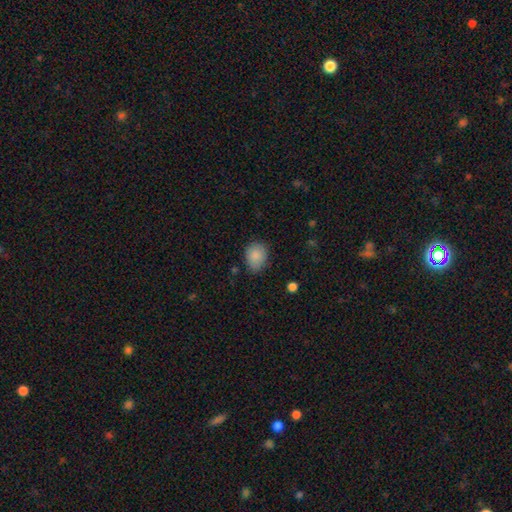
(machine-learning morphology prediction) Smooth or featured? smooth (87%)
How rounded? in between (55%)
Merging? none (76%)